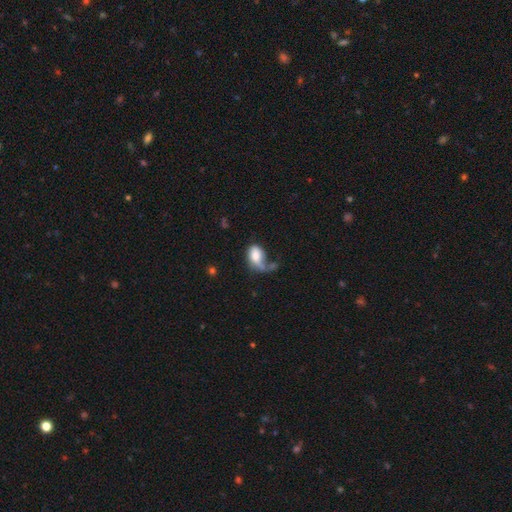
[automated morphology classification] smooth_or_featured: smooth (p=0.66) [alt: featured or disk p=0.26]
how_rounded: in between (p=0.84) [alt: round p=0.14]
merging: major disturbance (p=0.39) [alt: none p=0.25]